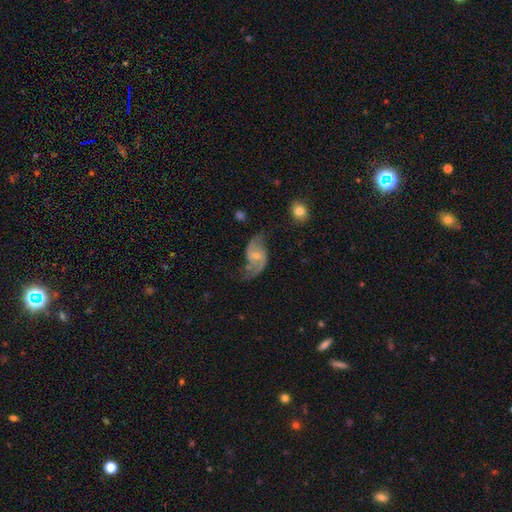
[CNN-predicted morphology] Smooth or featured? Predicted: featured or disk (p=0.84). Edge-on disk? Predicted: no (p=0.97). Bar? Predicted: no (p=0.58). Spiral arms? Predicted: yes (p=0.94). Spiral winding? Predicted: loose (p=0.55). Spiral arm count? Predicted: 2 (p=0.89). Bulge size? Predicted: small (p=0.54). Merging? Predicted: none (p=0.62).